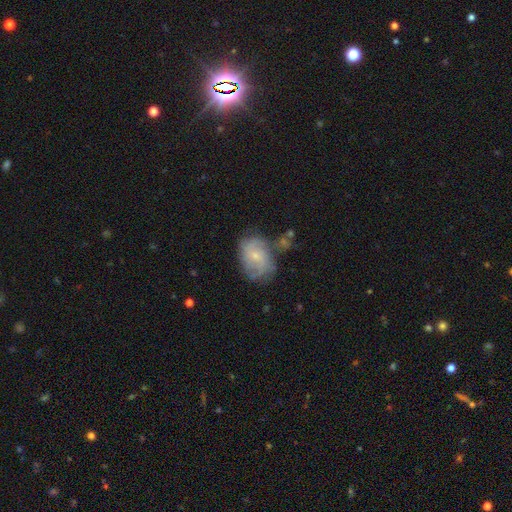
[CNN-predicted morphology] type=featured or disk (61%); edge-on=no (97%); bar=no (68%); spiral arms=yes (82%); bulge=small (72%); merging=none (55%).